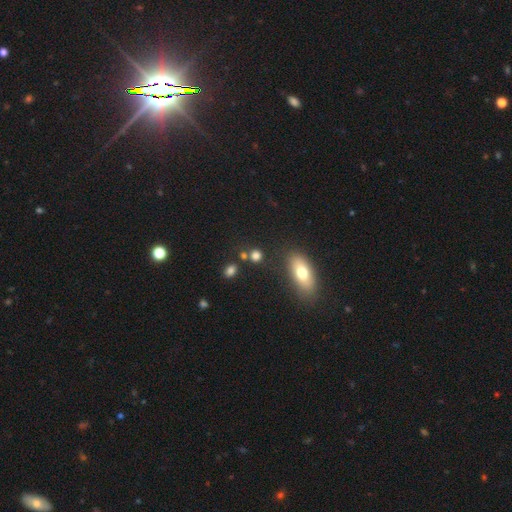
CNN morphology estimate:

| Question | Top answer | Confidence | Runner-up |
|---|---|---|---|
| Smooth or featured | smooth | 77% | star or artifact (15%) |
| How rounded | round | 72% | in between (25%) |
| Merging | none | 72% | merger (13%) |